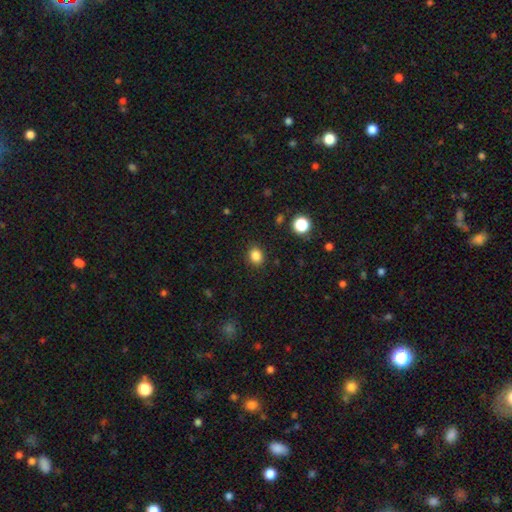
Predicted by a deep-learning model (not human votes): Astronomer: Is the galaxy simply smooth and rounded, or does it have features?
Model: smooth — 85%.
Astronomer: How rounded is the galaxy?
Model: round — 65%.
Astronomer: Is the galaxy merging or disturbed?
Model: none — 88%.